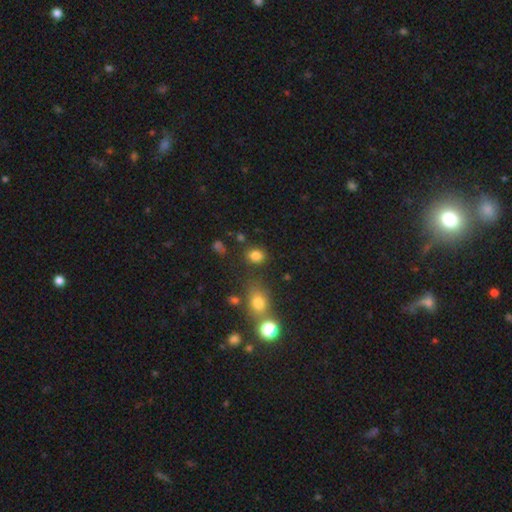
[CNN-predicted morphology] Smooth or featured? Predicted: smooth (p=0.81). How rounded? Predicted: round (p=0.54). Merging? Predicted: none (p=0.79).